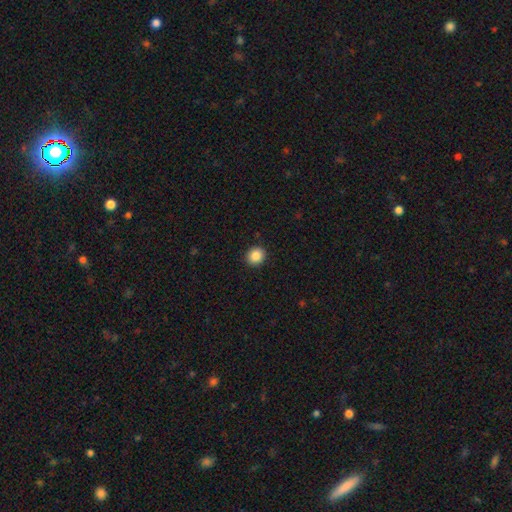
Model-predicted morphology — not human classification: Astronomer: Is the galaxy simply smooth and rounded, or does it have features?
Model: smooth — 88%.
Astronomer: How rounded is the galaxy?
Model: round — 82%.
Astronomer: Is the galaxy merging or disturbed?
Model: none — 91%.